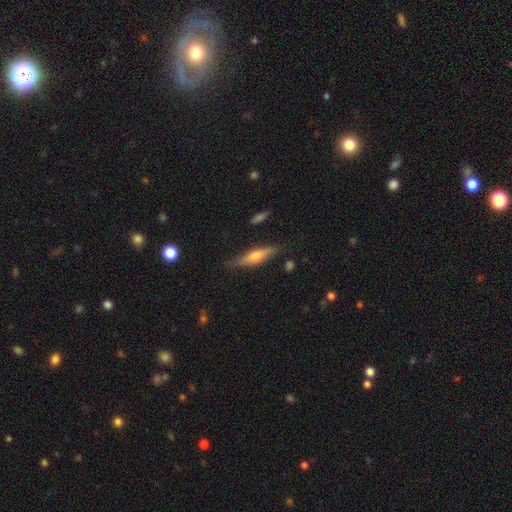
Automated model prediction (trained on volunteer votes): Smooth or featured: featured or disk — 62% (smooth — 31%)
Edge-on disk: yes — 94% (no — 6%)
Edge-on bulge: rounded — 83% (boxy — 10%)
Merging: none — 82% (minor disturbance — 13%)